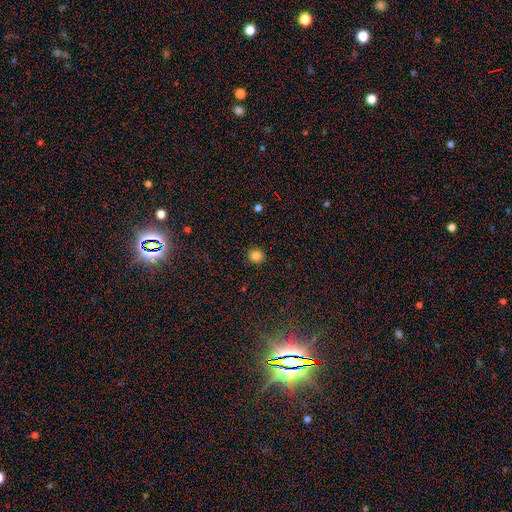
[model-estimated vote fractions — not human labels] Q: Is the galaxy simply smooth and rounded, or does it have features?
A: smooth — 84%.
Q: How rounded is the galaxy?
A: round — 92%.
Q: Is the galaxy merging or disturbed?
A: none — 92%.